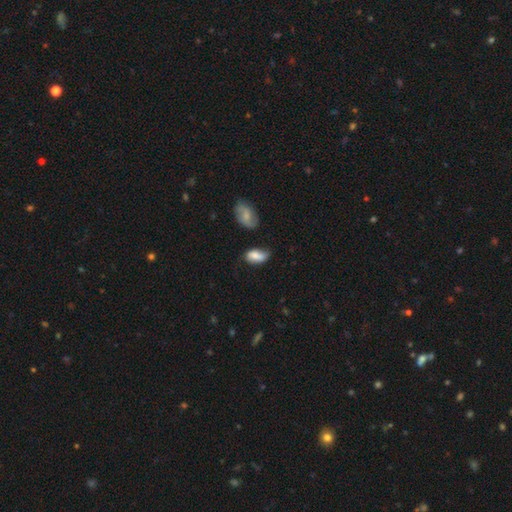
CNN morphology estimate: This is likely a smooth galaxy (70%). How rounded: clearly in between (91%). Merging: possibly none (51%).